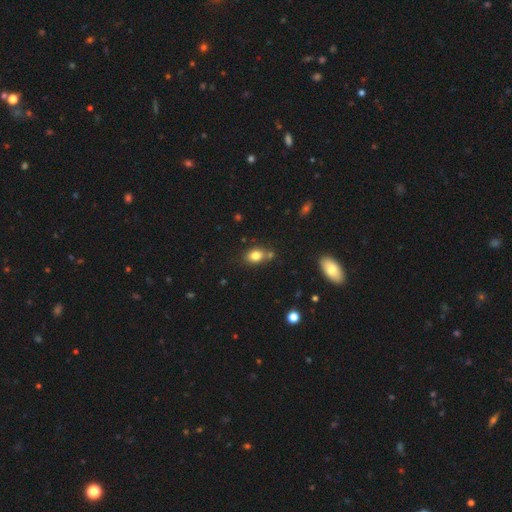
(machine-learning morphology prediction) The model was most divided on "how rounded": in between: 69%, round: 29%, cigar-shaped: 2%. More confident: smooth or featured — smooth (81%); merging — none (67%).